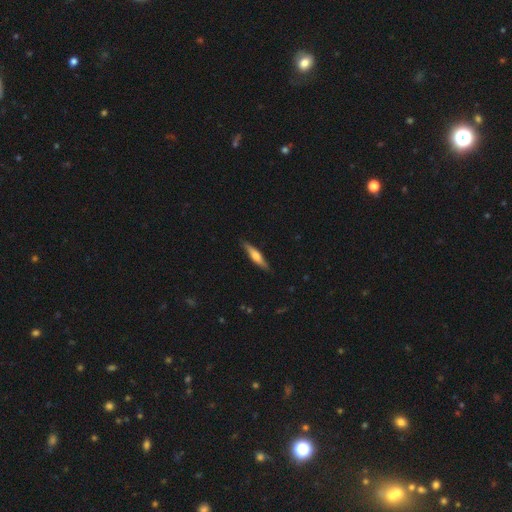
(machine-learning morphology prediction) smooth_or_featured: featured or disk (p=0.49) [alt: smooth p=0.45]
merging: none (p=0.87) [alt: minor disturbance p=0.10]